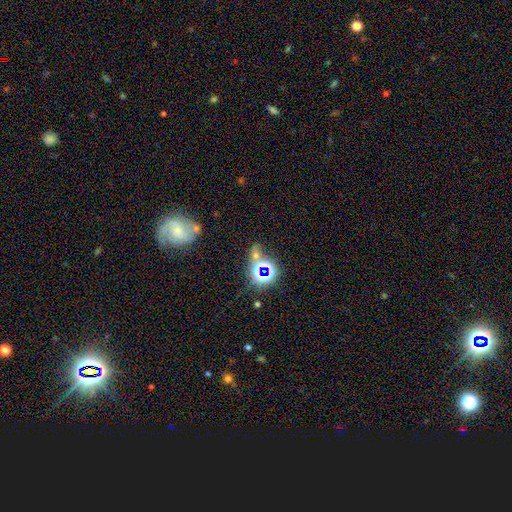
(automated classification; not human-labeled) Smooth or featured: star or artifact — 56% (smooth — 32%)